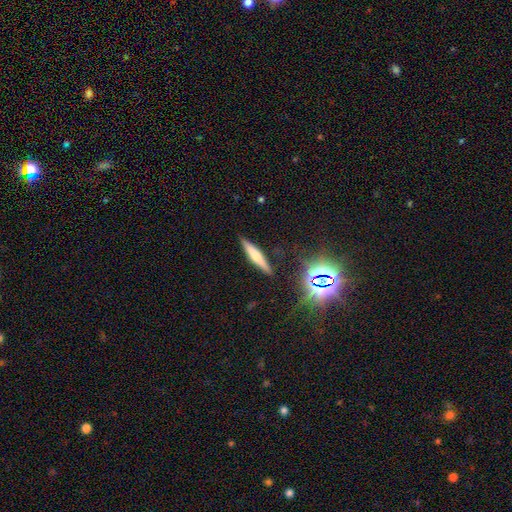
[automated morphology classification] Smooth or featured?
  - smooth: 46% *
  - featured or disk: 43%
  - star or artifact: 11%
Merging?
  - none: 89% *
  - minor disturbance: 8%
  - major disturbance: 2%
  - merger: 2%